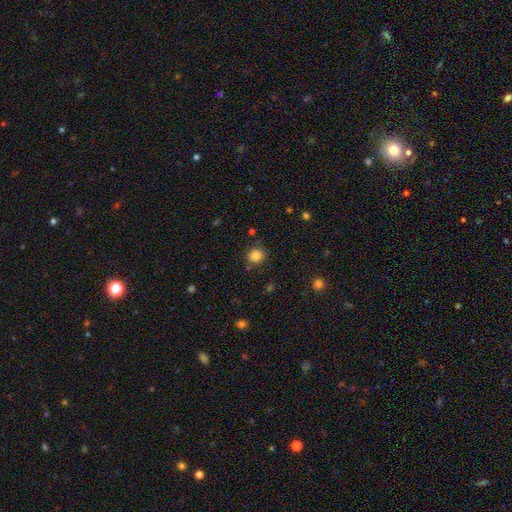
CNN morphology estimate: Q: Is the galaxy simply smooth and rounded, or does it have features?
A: smooth — 84%.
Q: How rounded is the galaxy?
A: round — 77%.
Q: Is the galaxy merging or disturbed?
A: none — 83%.